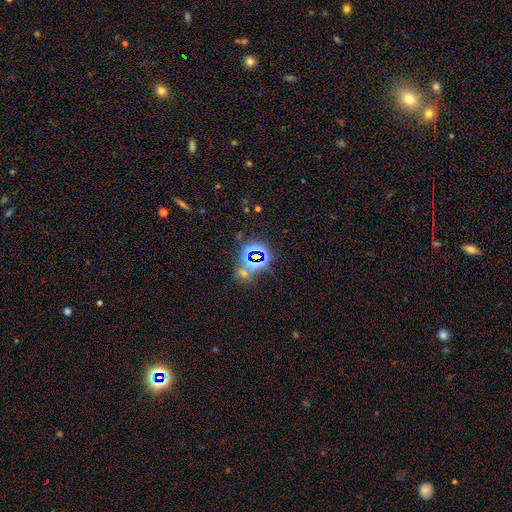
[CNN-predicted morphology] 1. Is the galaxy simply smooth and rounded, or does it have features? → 70% star or artifact, 20% smooth, 10% featured or disk.